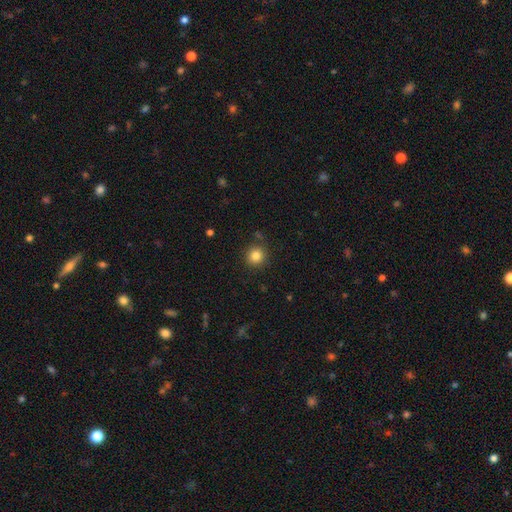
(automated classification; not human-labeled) Morphology: type=smooth (83%); roundness=round (93%); merging=none (86%).